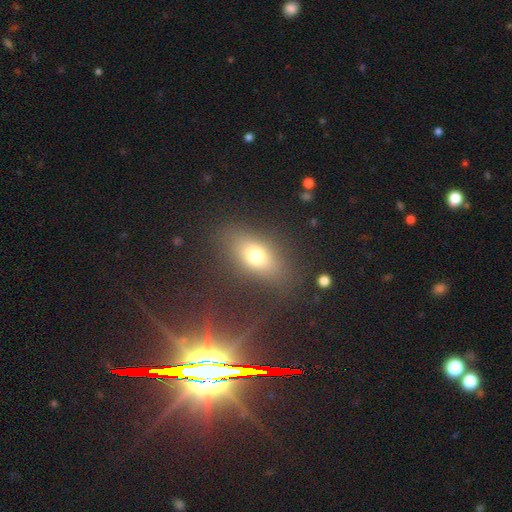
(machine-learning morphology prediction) A smooth galaxy with no disk features (71%) that is in between round and cigar-shaped (78%).

Vote fractions:
- Smooth or featured? smooth: 71% / featured or disk: 16% / star or artifact: 13%
- How rounded? in between: 78% / round: 14% / cigar-shaped: 7%
- Merging? none: 79% / minor disturbance: 12% / major disturbance: 7% / merger: 3%